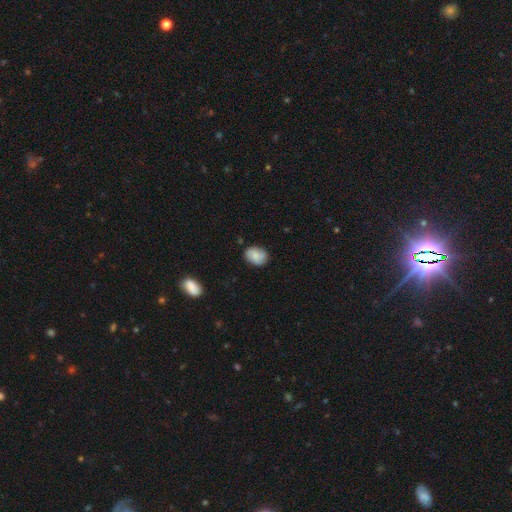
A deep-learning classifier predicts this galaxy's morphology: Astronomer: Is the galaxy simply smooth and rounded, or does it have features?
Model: smooth — 68%.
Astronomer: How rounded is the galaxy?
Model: in between — 62% (runner-up: round, 37%).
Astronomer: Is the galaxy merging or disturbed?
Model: none — 79%.